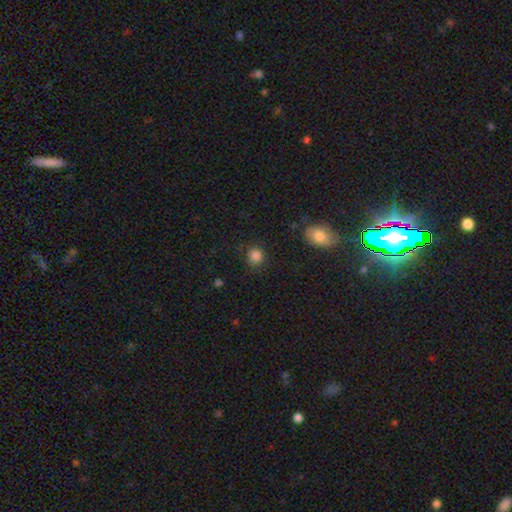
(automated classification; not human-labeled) This is clearly a smooth galaxy (85%). How rounded: clearly round (88%). Merging: clearly none (85%).